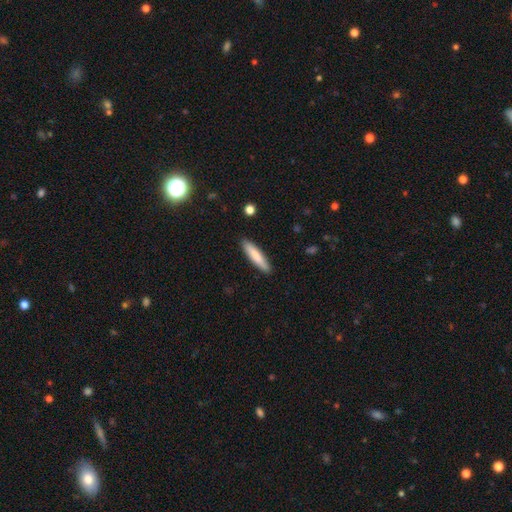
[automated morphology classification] Smooth or featured: smooth — 80% (featured or disk — 15%)
How rounded: cigar-shaped — 83% (in between — 16%)
Merging: none — 90% (minor disturbance — 8%)